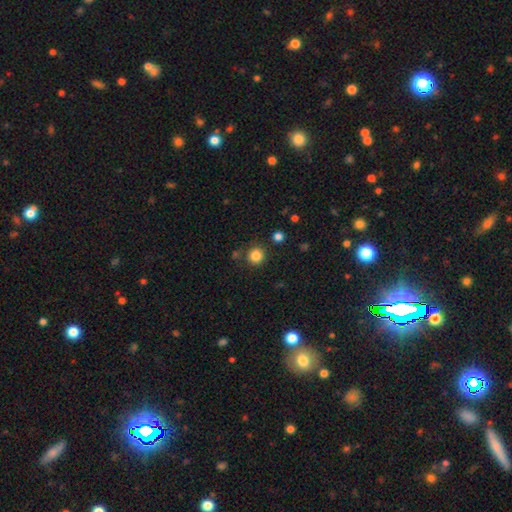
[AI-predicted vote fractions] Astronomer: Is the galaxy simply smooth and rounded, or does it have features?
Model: smooth — 84%.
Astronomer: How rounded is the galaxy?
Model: round — 93%.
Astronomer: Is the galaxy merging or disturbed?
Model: none — 85%.